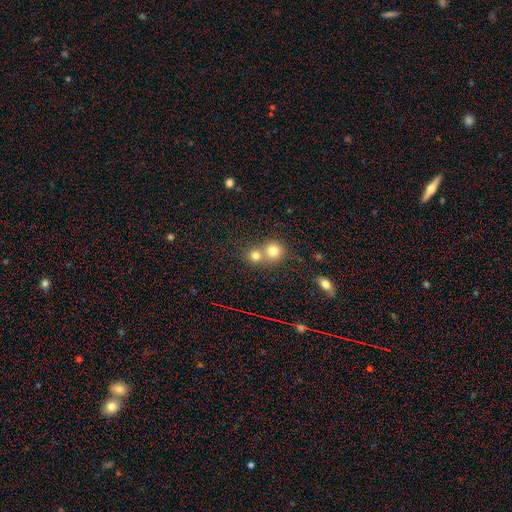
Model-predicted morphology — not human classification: This is likely a smooth galaxy (76%). How rounded: clearly round (86%). Merging: possibly merger (51%).